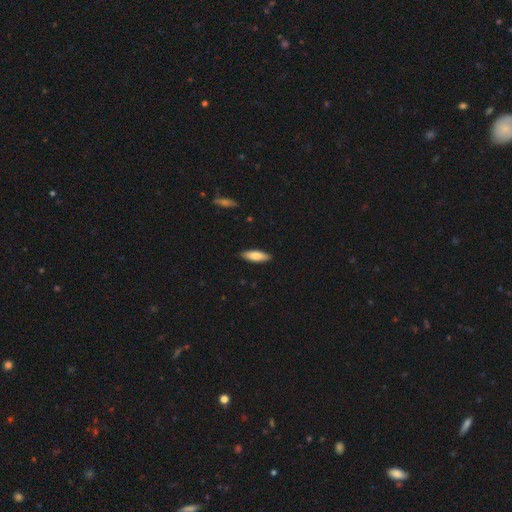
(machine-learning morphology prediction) Smooth or featured? smooth (77%)
How rounded? in between (55%)
Merging? none (90%)